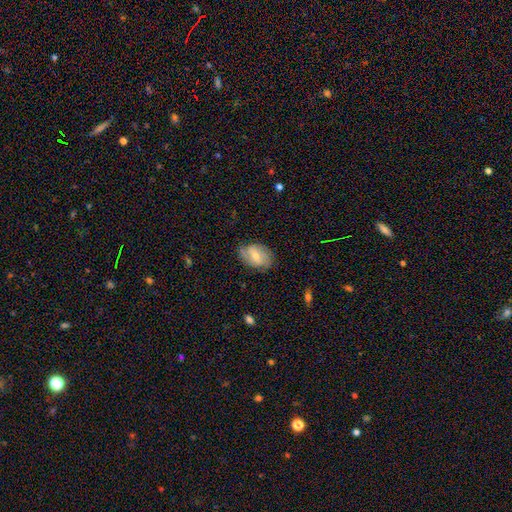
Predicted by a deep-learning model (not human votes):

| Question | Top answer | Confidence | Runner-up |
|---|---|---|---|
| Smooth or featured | featured or disk | 59% | smooth (34%) |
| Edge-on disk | no | 95% | yes (5%) |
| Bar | weak | 48% | no (26%) |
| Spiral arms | yes | 81% | no (19%) |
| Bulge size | small | 49% | moderate (47%) |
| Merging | none | 71% | minor disturbance (22%) |